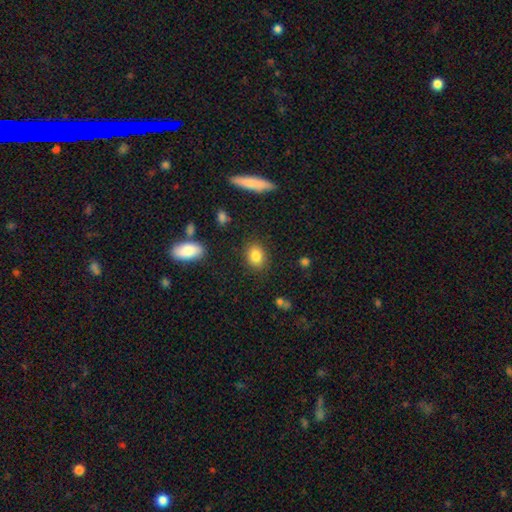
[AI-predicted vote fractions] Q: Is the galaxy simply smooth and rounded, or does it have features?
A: smooth — 84%.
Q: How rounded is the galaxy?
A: in between — 55%.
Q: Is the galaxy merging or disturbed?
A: none — 86%.